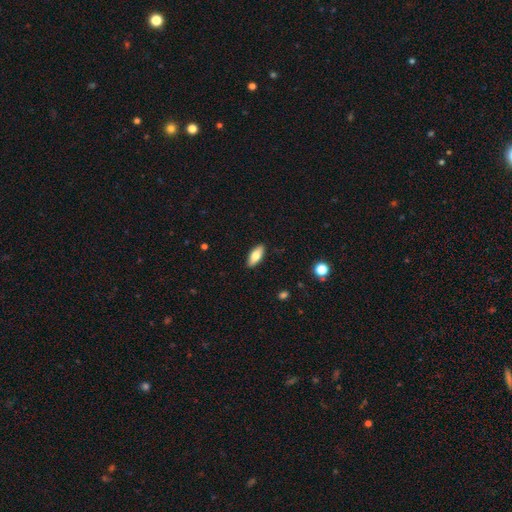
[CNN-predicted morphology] smooth_or_featured: smooth (p=0.76) [alt: featured or disk p=0.18]
how_rounded: in between (p=0.79) [alt: cigar-shaped p=0.19]
merging: none (p=0.90) [alt: minor disturbance p=0.07]